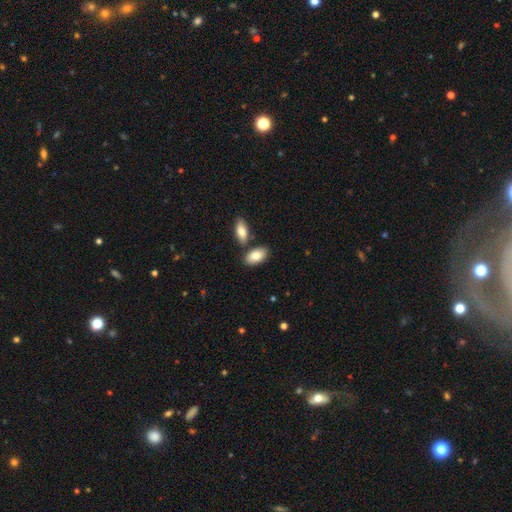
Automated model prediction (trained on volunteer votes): Q: Smooth or featured?
A: smooth (83%); runner-up: featured or disk (11%)
Q: How rounded?
A: in between (94%); runner-up: round (3%)
Q: Merging?
A: none (71%); runner-up: merger (16%)